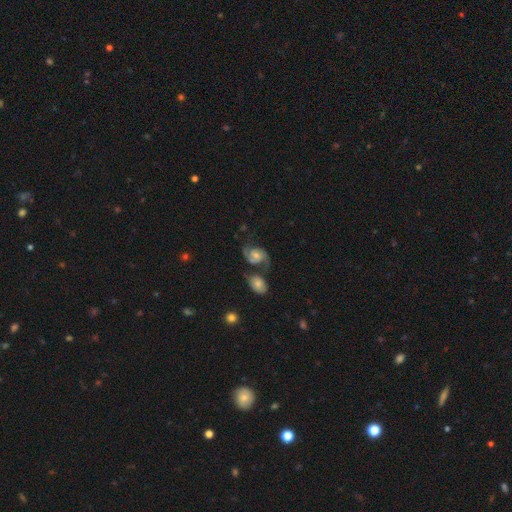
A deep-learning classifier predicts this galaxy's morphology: This appears to be a featured or disk galaxy (79%) with no bar (68%), 2 (87%) medium (50%) spiral arms (95%) and a moderate central bulge (52%). Merging: none (45%).